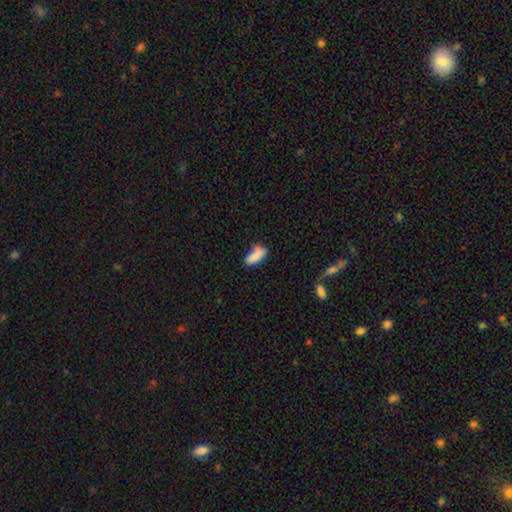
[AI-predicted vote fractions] The model was most divided on "merging": none: 54%, minor disturbance: 30%, major disturbance: 9%, merger: 8%. More confident: smooth or featured — smooth (84%); how rounded — in between (75%).